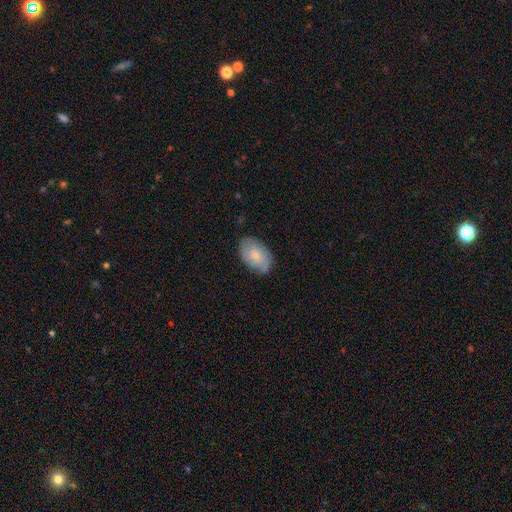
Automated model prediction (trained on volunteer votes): Morphology: type=smooth (68%); roundness=in between (90%); merging=none (74%).